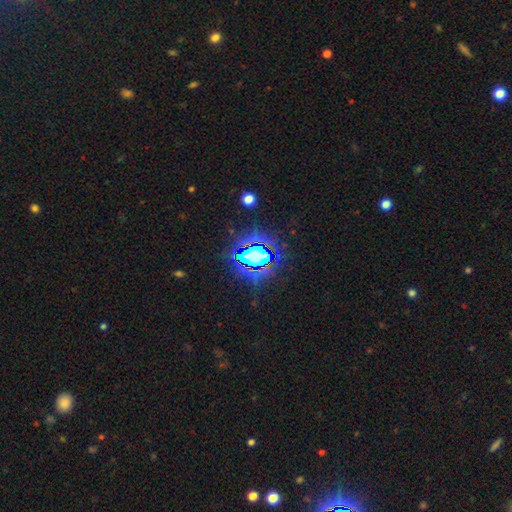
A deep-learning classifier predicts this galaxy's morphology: A star or artifact, not a galaxy (67%).

Vote fractions:
- Smooth or featured? star or artifact: 67% / smooth: 20% / featured or disk: 13%